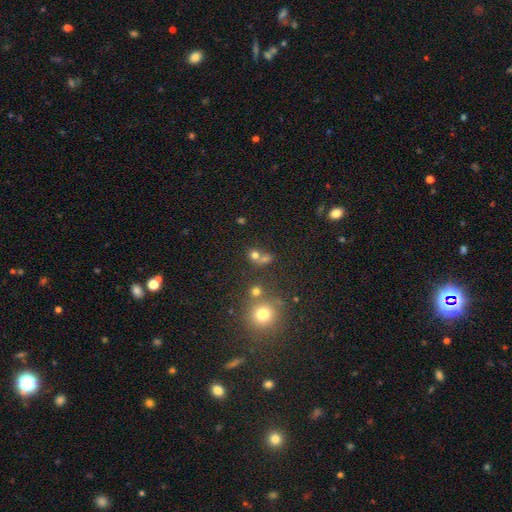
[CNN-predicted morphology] Smooth or featured?
  - smooth: 66% *
  - star or artifact: 22%
  - featured or disk: 11%
How rounded?
  - round: 75% *
  - in between: 24%
  - cigar-shaped: 1%
Merging?
  - none: 49% *
  - merger: 36%
  - minor disturbance: 9%
  - major disturbance: 6%